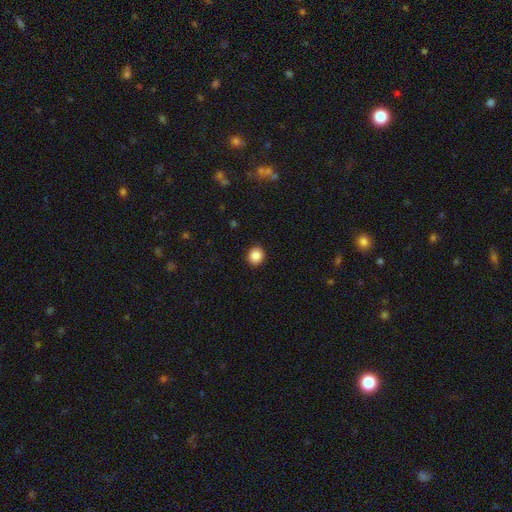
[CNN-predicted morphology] smooth 87%, star or artifact 9%, featured or disk 4%. Down the decision tree: how rounded — round (77%); merging — none (91%).